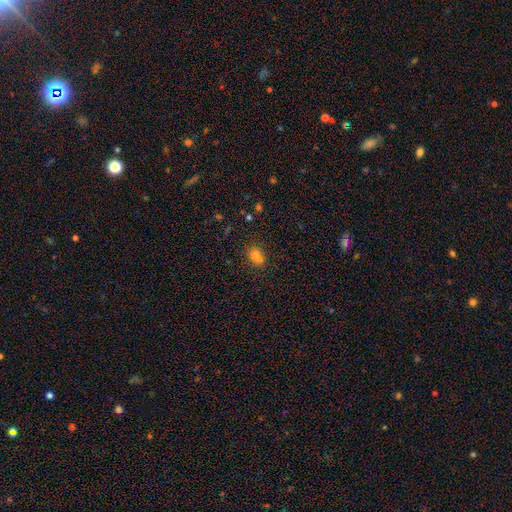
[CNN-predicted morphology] type=smooth (65%); roundness=round (66%); merging=none (62%).